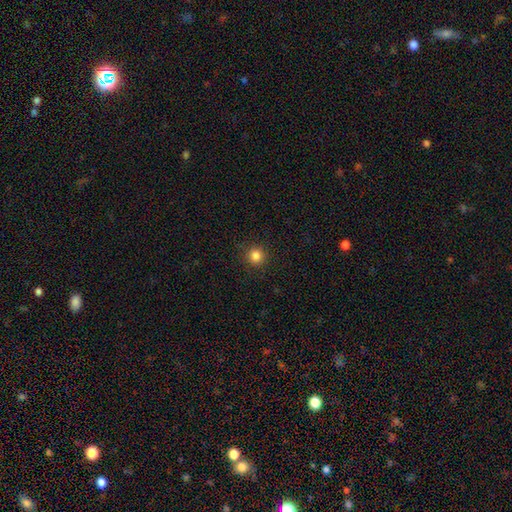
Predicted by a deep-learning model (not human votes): A smooth galaxy with no disk features (84%) that is round (94%). Merging: none (91%).